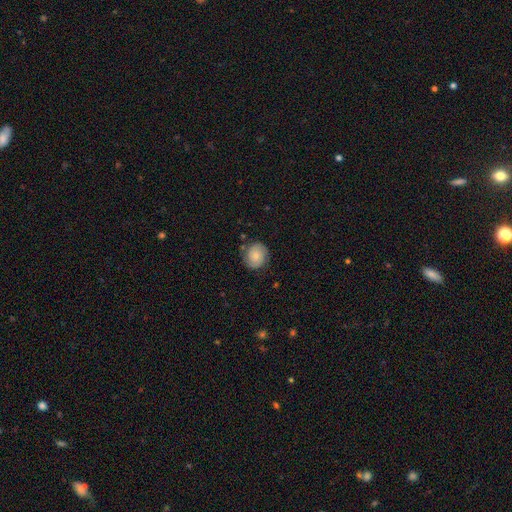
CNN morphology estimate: Smooth or featured? Predicted: smooth (p=0.50). Merging? Predicted: none (p=0.81).